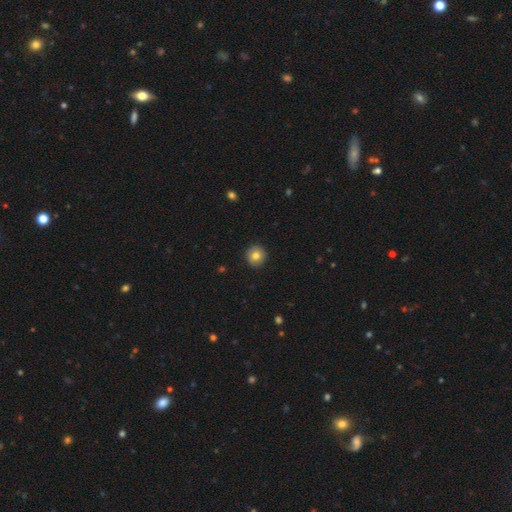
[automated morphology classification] This is likely a smooth galaxy (80%). How rounded: clearly round (91%). Merging: clearly none (91%).